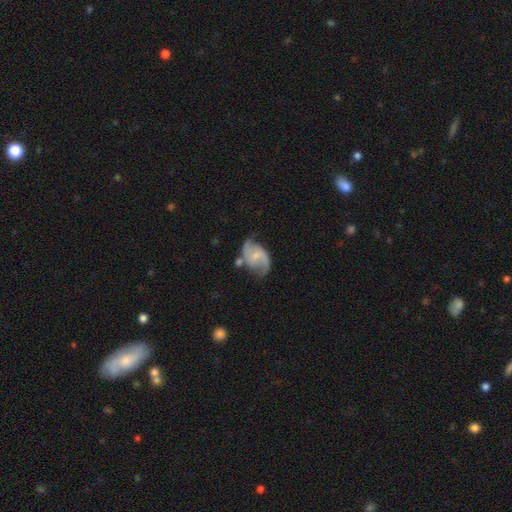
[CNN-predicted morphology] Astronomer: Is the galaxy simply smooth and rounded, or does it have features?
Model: featured or disk — 76%.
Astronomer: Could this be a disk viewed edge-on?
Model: no — 97%.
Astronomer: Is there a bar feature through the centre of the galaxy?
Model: no — 46% (runner-up: weak, 45%).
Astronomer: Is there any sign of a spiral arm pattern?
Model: yes — 92%.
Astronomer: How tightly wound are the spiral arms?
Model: loose — 44% (runner-up: medium, 43%).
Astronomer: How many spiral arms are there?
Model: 2 — 88%.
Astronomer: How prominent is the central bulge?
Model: small — 56%.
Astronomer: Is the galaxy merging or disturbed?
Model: none — 57%.